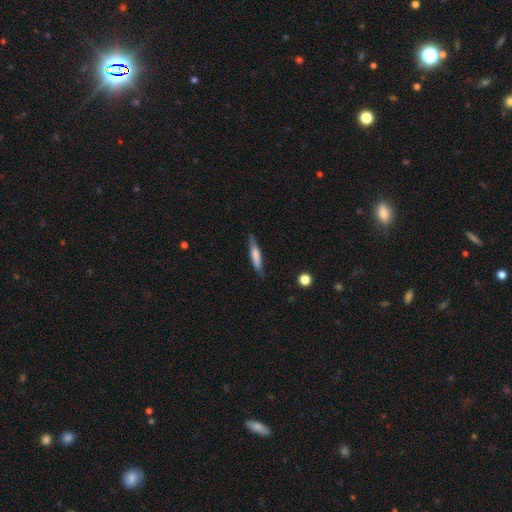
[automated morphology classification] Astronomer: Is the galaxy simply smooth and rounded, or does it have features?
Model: smooth — 66%.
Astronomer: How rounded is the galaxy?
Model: cigar-shaped — 85%.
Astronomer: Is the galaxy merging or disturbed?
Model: none — 79%.